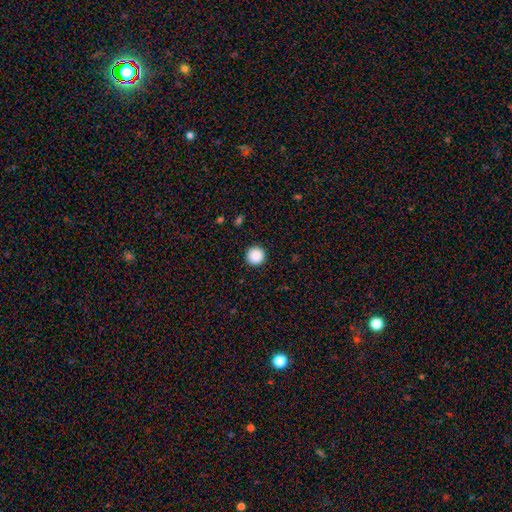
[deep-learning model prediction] Overall: smooth (89%). How rounded: round (96%). Merging: none (93%).